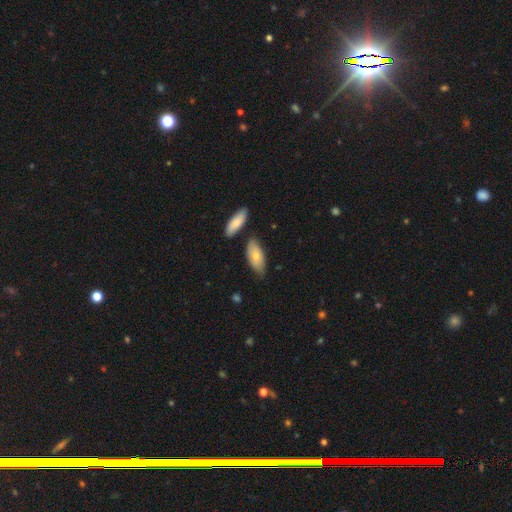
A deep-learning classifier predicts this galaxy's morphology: This is likely a smooth galaxy (76%). How rounded: clearly in between (88%). Merging: likely none (65%).